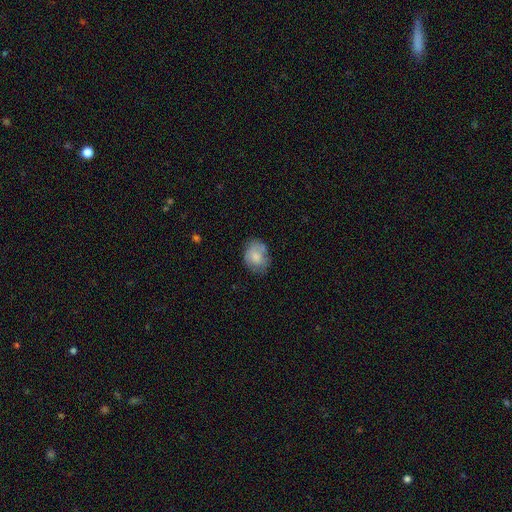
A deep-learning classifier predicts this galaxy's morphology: Q: Smooth or featured?
A: smooth (74%); runner-up: featured or disk (19%)
Q: How rounded?
A: in between (61%); runner-up: round (38%)
Q: Merging?
A: none (62%); runner-up: minor disturbance (26%)